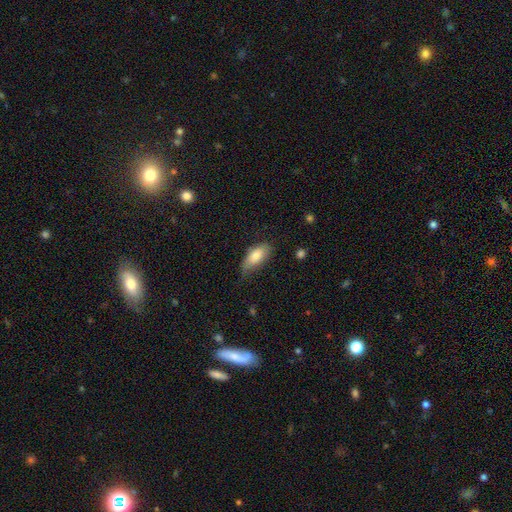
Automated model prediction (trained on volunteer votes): Morphology: type=smooth (78%); roundness=in between (89%); merging=none (57%).